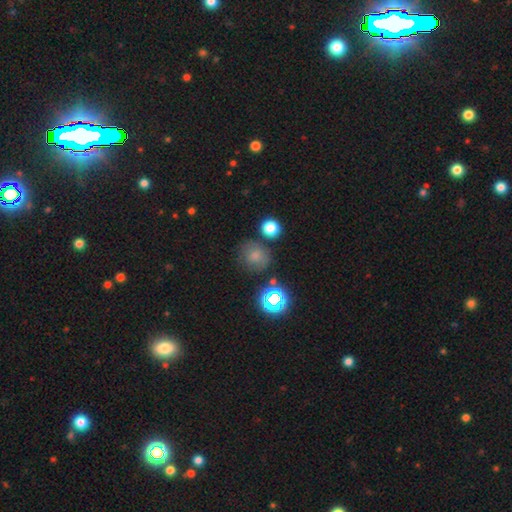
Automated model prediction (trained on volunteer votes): smooth 68%, star or artifact 21%, featured or disk 11%. Down the decision tree: how rounded — round (84%); merging — none (69%).